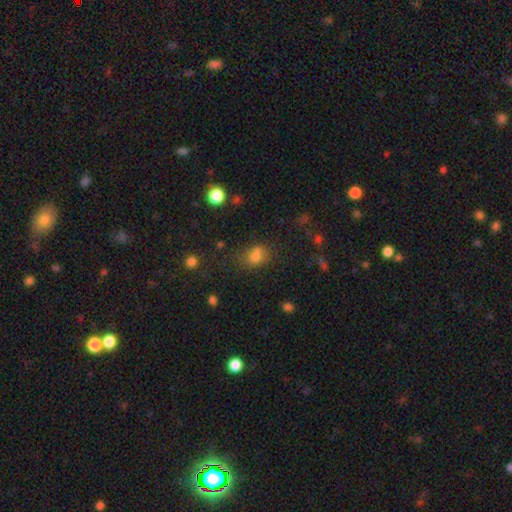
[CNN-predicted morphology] Overall: smooth (71%). How rounded: in between (59%; round 39%). Merging: none (51%; merger 22%).